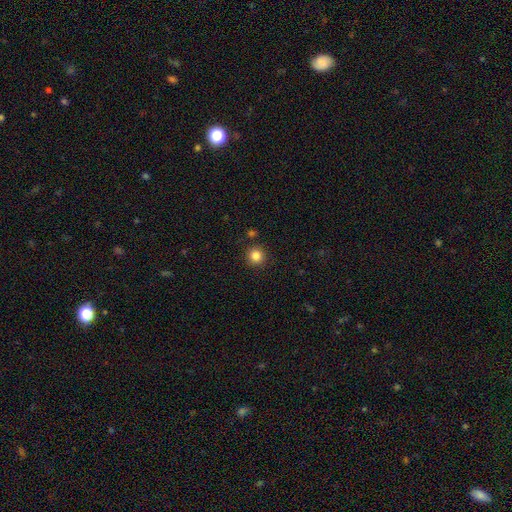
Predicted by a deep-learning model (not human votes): A smooth galaxy with no disk features (83%) that is round (95%). Merging: none (90%).